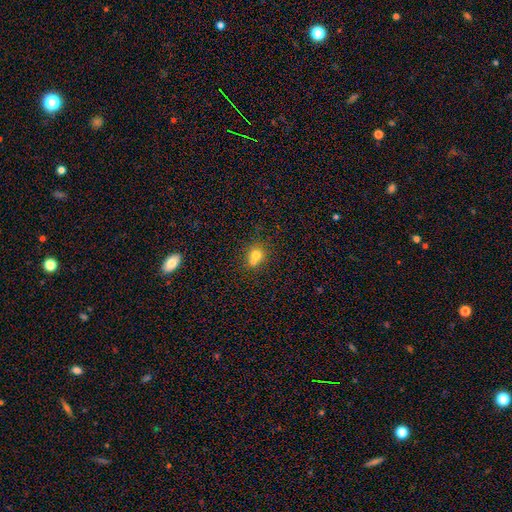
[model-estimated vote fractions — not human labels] This appears to be a smooth galaxy with no disk features (73%) that is round (81%). Merging: merger (47%).